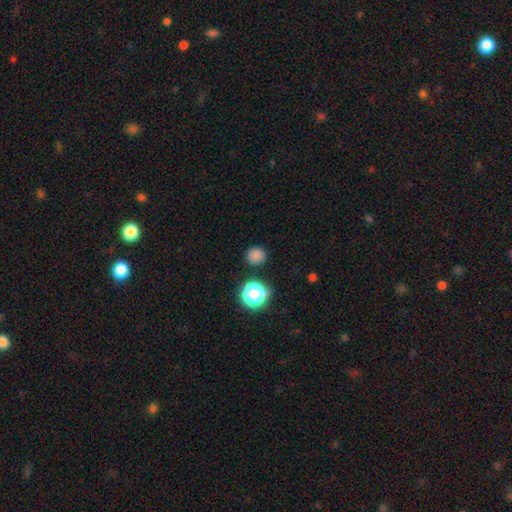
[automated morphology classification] smooth 79%, star or artifact 17%, featured or disk 4%. Down the decision tree: how rounded — round (90%); merging — none (86%).